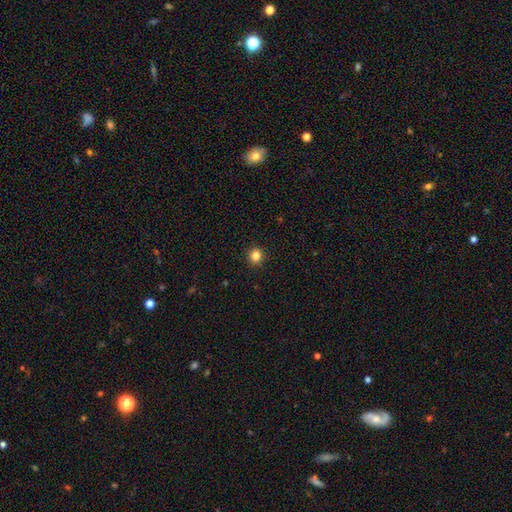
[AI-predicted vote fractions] smooth_or_featured: smooth (p=0.84) [alt: star or artifact p=0.12]
how_rounded: round (p=0.90) [alt: in between p=0.09]
merging: none (p=0.92) [alt: minor disturbance p=0.05]